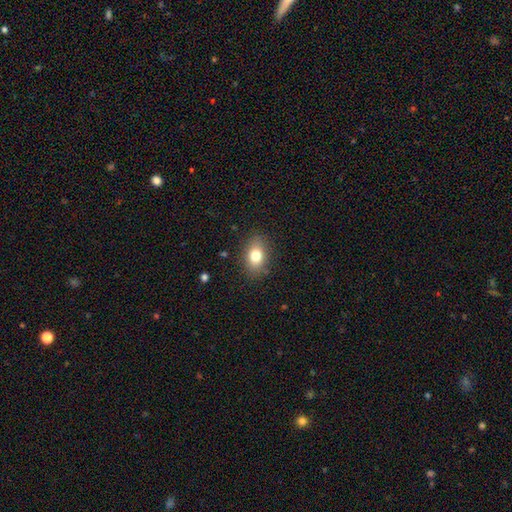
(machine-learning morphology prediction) The model was most divided on "how rounded": in between: 80%, round: 18%, cigar-shaped: 2%. More confident: merging — none (85%); smooth or featured — smooth (78%).